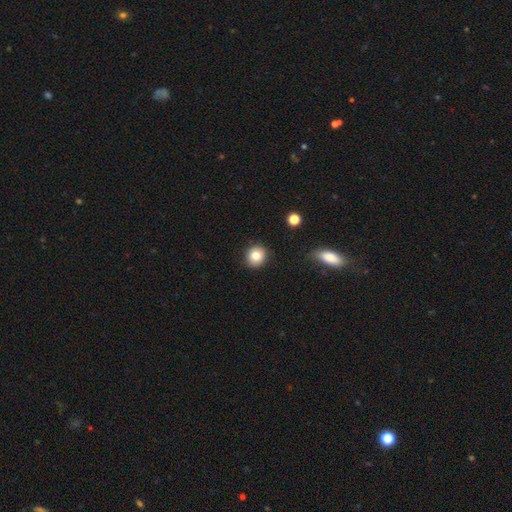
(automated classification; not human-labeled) Smooth or featured? smooth (81%)
How rounded? round (87%)
Merging? none (89%)